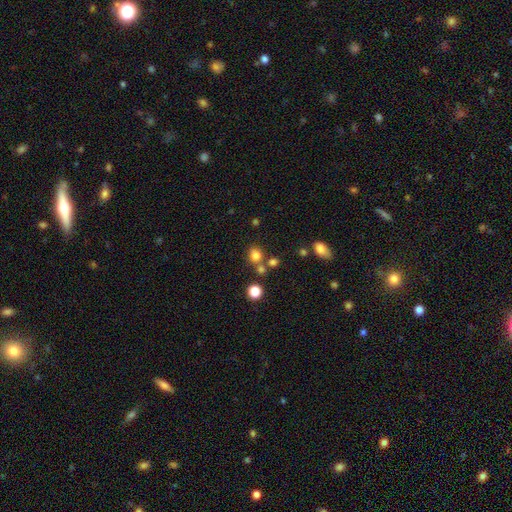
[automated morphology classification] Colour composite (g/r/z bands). It shows a smooth galaxy with no disk features (78%) that is round (74%). Merging: none (66%).